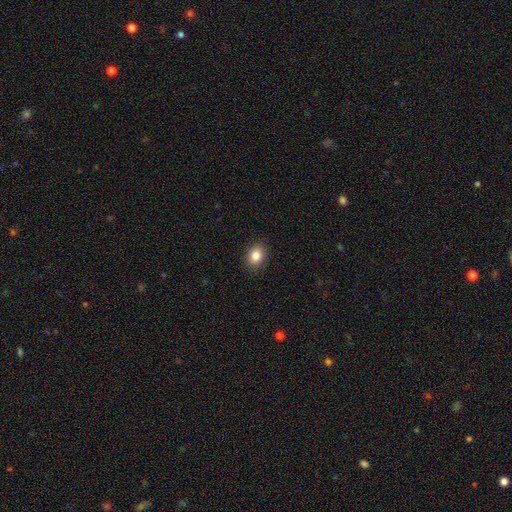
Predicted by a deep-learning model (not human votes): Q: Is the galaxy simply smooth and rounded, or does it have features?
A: smooth — 84%.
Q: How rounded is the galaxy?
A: in between — 57%.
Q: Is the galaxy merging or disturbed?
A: none — 90%.